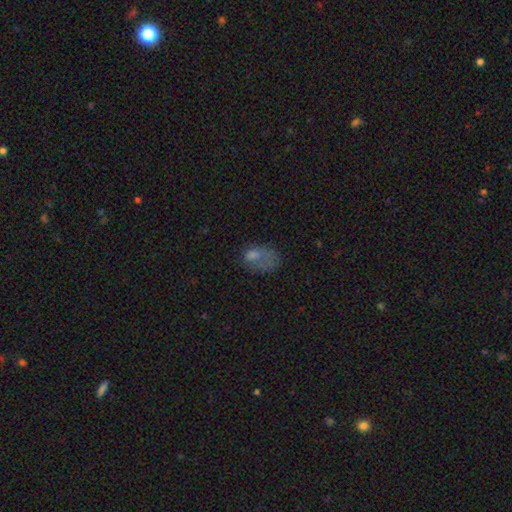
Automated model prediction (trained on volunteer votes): Q: Smooth or featured?
A: smooth (62%); runner-up: featured or disk (24%)
Q: How rounded?
A: in between (81%); runner-up: round (18%)
Q: Merging?
A: major disturbance (46%); runner-up: none (25%)